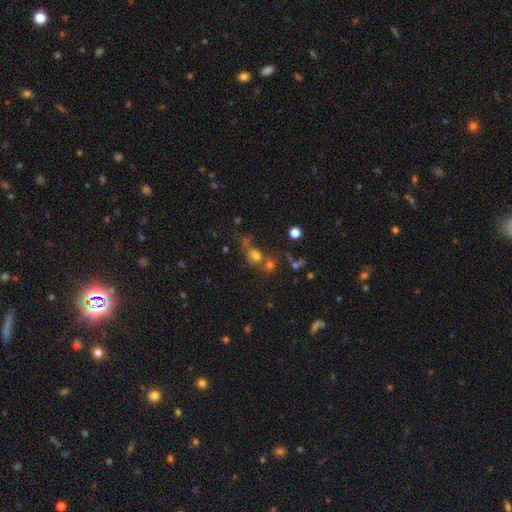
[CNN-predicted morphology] Smooth or featured? Predicted: smooth (p=0.63). How rounded? Predicted: round (p=0.69). Merging? Predicted: none (p=0.38).